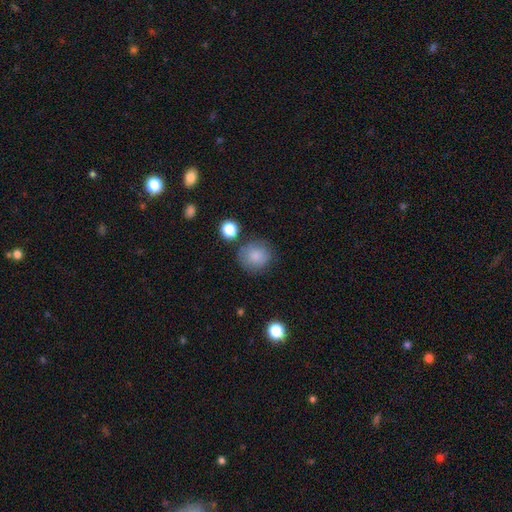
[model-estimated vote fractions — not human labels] Smooth or featured?
  - smooth: 84% *
  - star or artifact: 9%
  - featured or disk: 7%
How rounded?
  - round: 87% *
  - in between: 12%
  - cigar-shaped: 1%
Merging?
  - none: 75% *
  - minor disturbance: 15%
  - merger: 5%
  - major disturbance: 5%